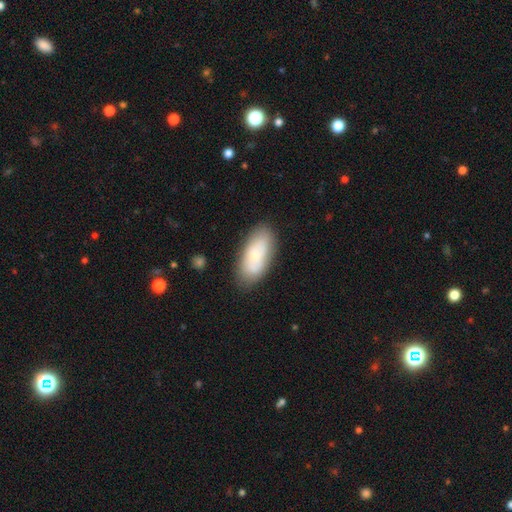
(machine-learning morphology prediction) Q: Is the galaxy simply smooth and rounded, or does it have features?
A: smooth — 67%.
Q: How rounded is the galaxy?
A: in between — 88%.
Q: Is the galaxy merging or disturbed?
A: none — 79%.